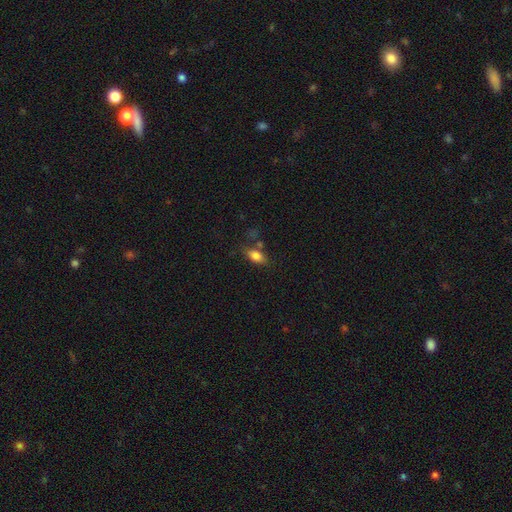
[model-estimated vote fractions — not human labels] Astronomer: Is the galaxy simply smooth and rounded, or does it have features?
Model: smooth — 80%.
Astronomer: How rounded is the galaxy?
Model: in between — 86%.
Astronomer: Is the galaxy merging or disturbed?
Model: none — 65%.